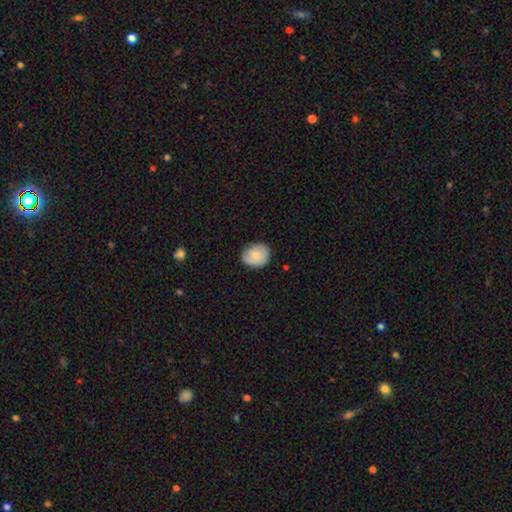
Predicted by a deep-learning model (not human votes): smooth-or-featured: smooth: 76% | featured or disk: 17% | star or artifact: 7%
  how-rounded: round: 68% | in between: 31% | cigar-shaped: 1%
  merging: none: 77% | minor disturbance: 19% | major disturbance: 3% | merger: 1%